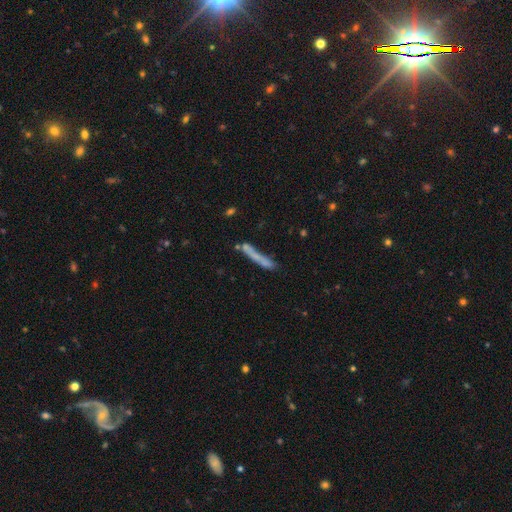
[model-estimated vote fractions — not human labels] Smooth or featured? Predicted: smooth (p=0.59). How rounded? Predicted: cigar-shaped (p=0.93). Merging? Predicted: none (p=0.62).